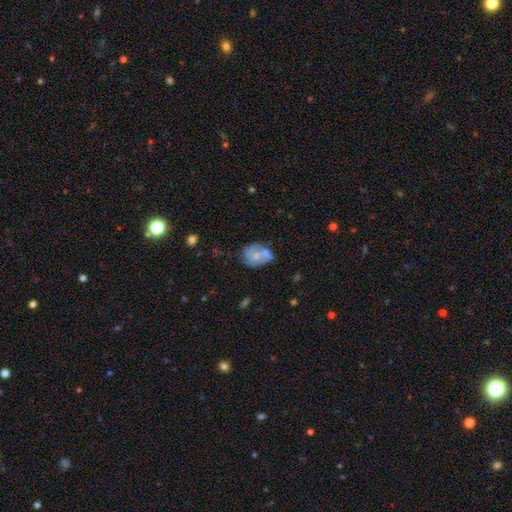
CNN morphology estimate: Smooth or featured: featured or disk — 50% (smooth — 42%)
Merging: merger — 34% (none — 33%)